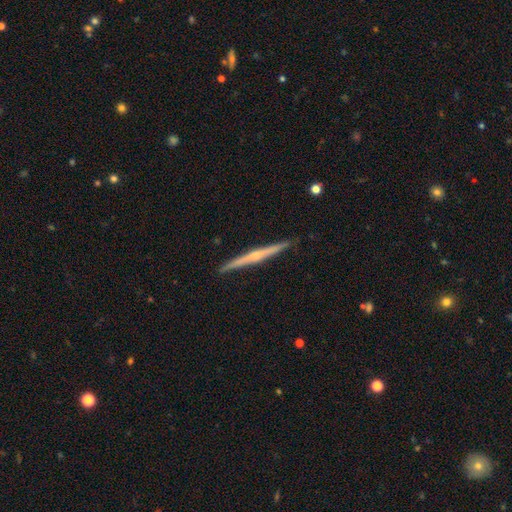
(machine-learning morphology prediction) Smooth or featured: featured or disk — 73% (smooth — 22%)
Edge-on disk: yes — 98% (no — 2%)
Edge-on bulge: rounded — 64% (none — 30%)
Merging: none — 92% (minor disturbance — 6%)